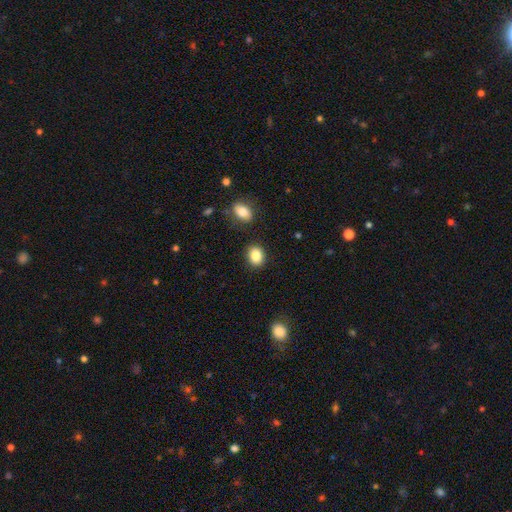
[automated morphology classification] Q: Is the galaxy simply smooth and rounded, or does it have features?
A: smooth — 86%.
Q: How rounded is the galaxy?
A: in between — 62%.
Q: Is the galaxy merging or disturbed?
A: none — 86%.